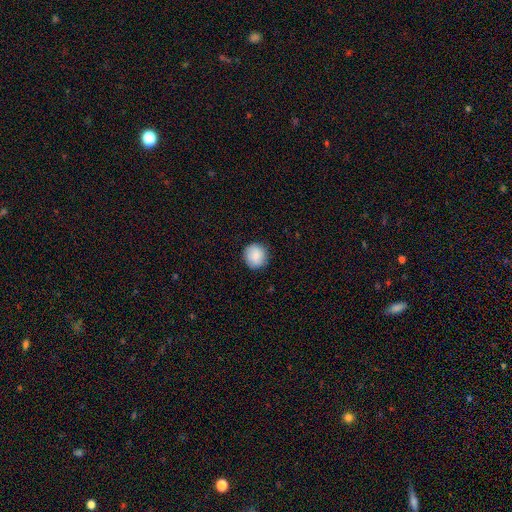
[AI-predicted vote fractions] Q: Smooth or featured?
A: smooth (84%); runner-up: featured or disk (9%)
Q: How rounded?
A: round (91%); runner-up: in between (8%)
Q: Merging?
A: none (88%); runner-up: minor disturbance (9%)